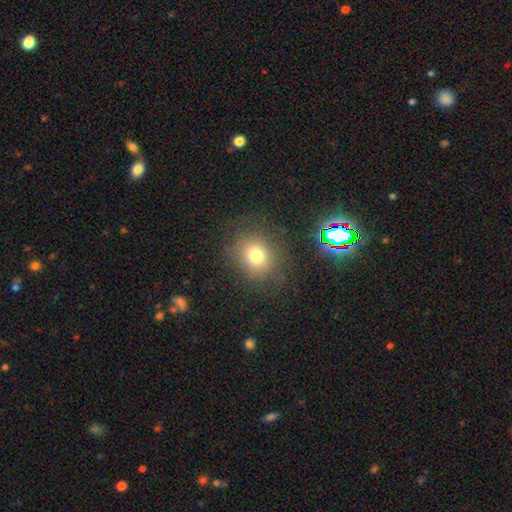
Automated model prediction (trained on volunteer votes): Q: Smooth or featured?
A: smooth (74%); runner-up: star or artifact (16%)
Q: How rounded?
A: round (78%); runner-up: in between (21%)
Q: Merging?
A: none (81%); runner-up: minor disturbance (11%)